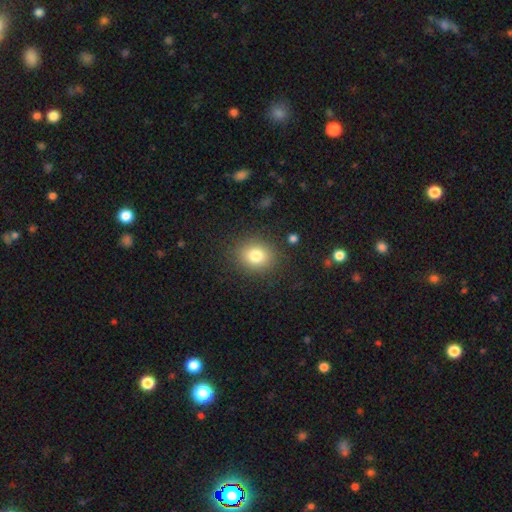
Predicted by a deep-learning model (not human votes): Smooth or featured?
  - smooth: 79% *
  - star or artifact: 12%
  - featured or disk: 9%
How rounded?
  - round: 69% *
  - in between: 30%
  - cigar-shaped: 1%
Merging?
  - none: 86% *
  - minor disturbance: 9%
  - major disturbance: 3%
  - merger: 2%